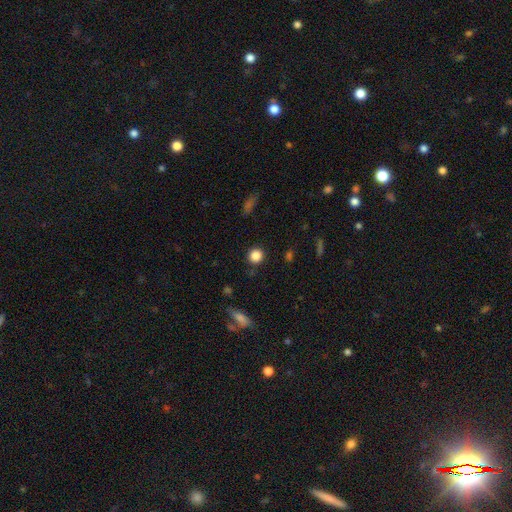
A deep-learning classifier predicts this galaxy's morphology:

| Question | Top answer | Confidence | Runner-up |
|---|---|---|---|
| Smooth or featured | smooth | 85% | star or artifact (11%) |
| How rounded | round | 92% | in between (7%) |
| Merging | none | 90% | minor disturbance (6%) |